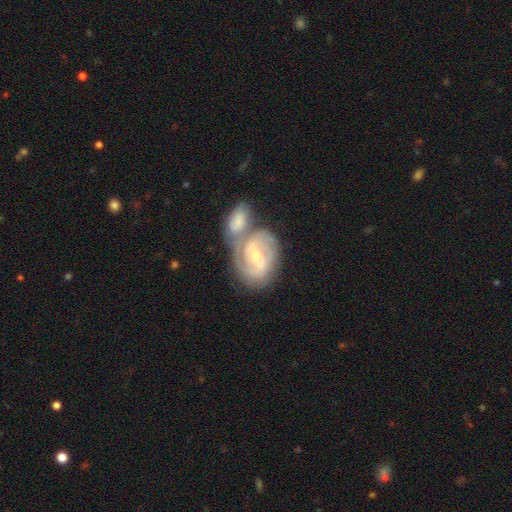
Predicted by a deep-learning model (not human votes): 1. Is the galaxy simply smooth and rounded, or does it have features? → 82% featured or disk, 13% smooth, 6% star or artifact.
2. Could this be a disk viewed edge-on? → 97% no, 3% yes.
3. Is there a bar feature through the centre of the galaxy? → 49% weak, 29% strong, 23% no.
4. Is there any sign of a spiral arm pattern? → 93% yes, 7% no.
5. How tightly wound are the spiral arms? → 54% tight, 37% medium, 9% loose.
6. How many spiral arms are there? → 59% 2, 22% can't tell, 11% 3, 3% 1, 3% 4, 2% more than 4.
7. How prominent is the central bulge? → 60% small, 36% moderate, 2% none, 2% large, 1% dominant.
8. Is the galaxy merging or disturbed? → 60% merger, 25% none, 10% minor disturbance, 5% major disturbance.